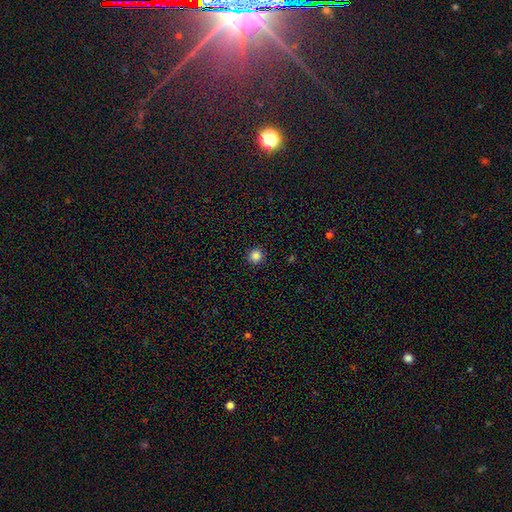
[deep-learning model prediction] A smooth galaxy with no disk features (85%) that is round (95%).

Vote fractions:
- Smooth or featured? smooth: 85% / star or artifact: 12% / featured or disk: 3%
- How rounded? round: 95% / in between: 4% / cigar-shaped: 1%
- Merging? none: 93% / minor disturbance: 5% / major disturbance: 2% / merger: 1%